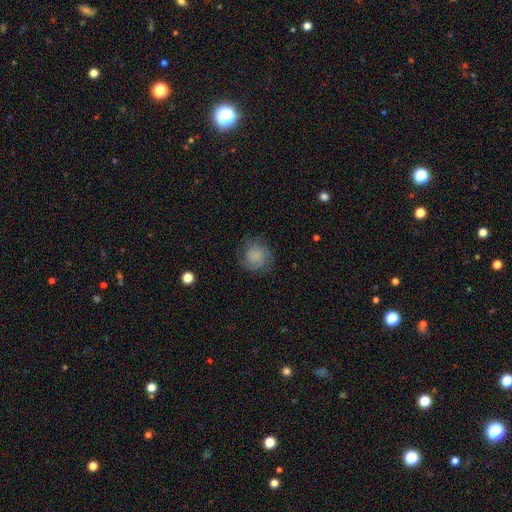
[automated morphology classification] The model was most divided on "smooth or featured": smooth: 51%, featured or disk: 39%, star or artifact: 10%. More confident: how rounded — round (84%); merging — none (72%).